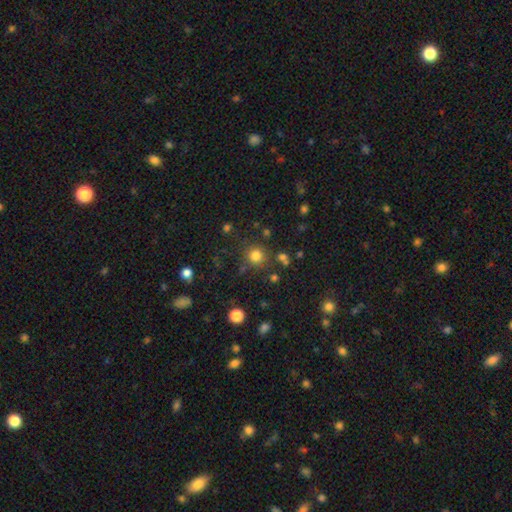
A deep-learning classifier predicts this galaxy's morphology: Smooth or featured?
  - smooth: 79% *
  - star or artifact: 15%
  - featured or disk: 6%
How rounded?
  - round: 93% *
  - in between: 6%
  - cigar-shaped: 1%
Merging?
  - none: 82% *
  - minor disturbance: 8%
  - merger: 5%
  - major disturbance: 4%